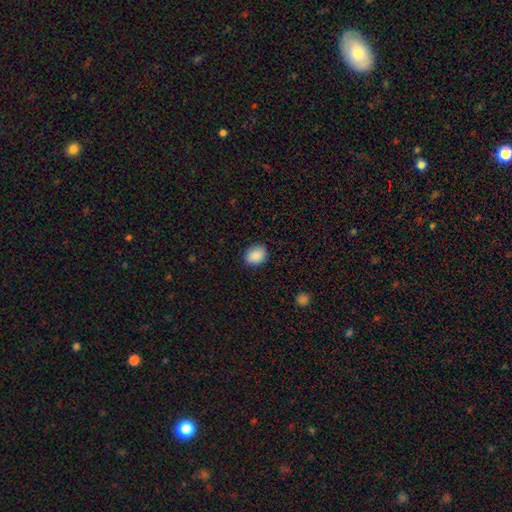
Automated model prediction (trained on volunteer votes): Q: Smooth or featured?
A: smooth (89%); runner-up: star or artifact (8%)
Q: How rounded?
A: in between (57%); runner-up: round (42%)
Q: Merging?
A: none (86%); runner-up: minor disturbance (10%)